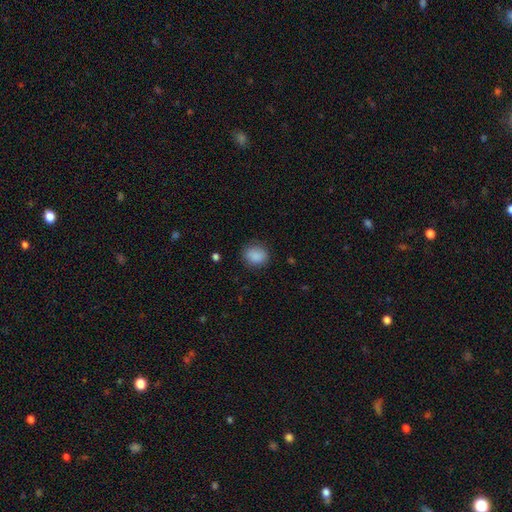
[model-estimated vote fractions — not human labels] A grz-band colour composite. It shows a smooth galaxy with no disk features (88%) that is round (62%). Merging: none (83%).